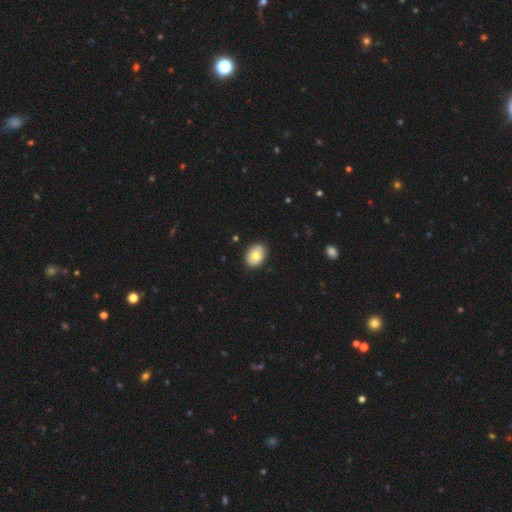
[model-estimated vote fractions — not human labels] smooth 73%, featured or disk 20%, star or artifact 7%. Down the decision tree: how rounded — in between (75%); merging — none (87%).